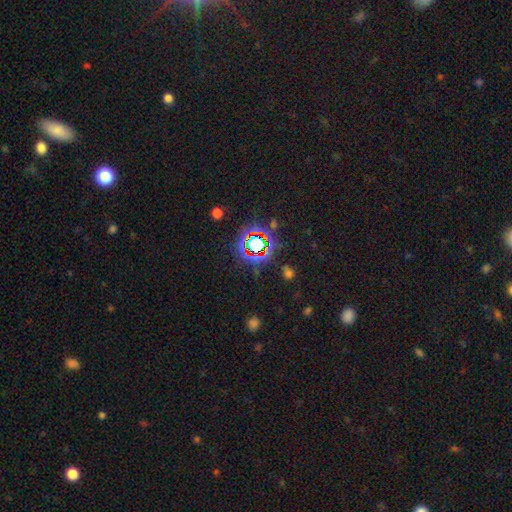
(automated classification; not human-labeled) Smooth or featured? star or artifact (77%)